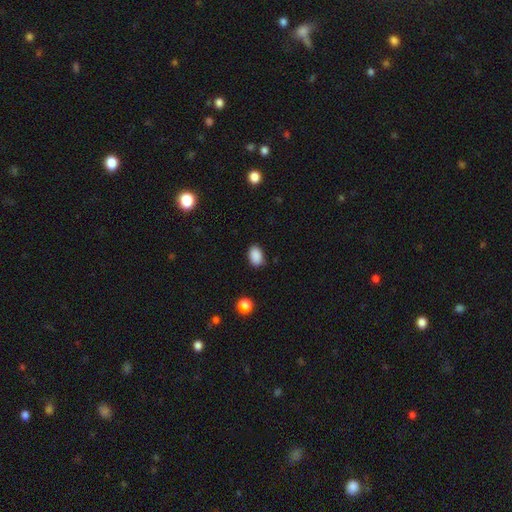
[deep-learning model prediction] This is clearly a smooth galaxy (89%). How rounded: clearly in between (87%). Merging: clearly none (86%).